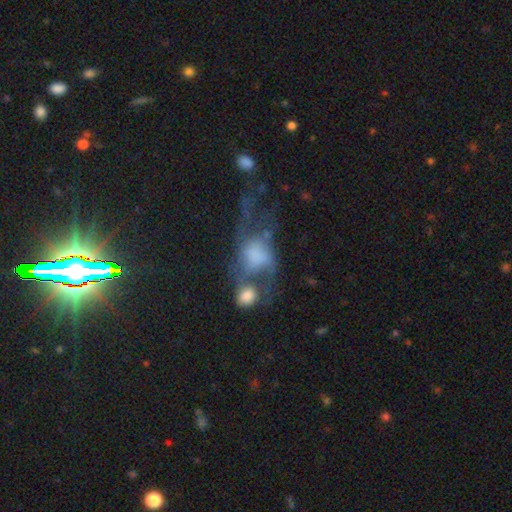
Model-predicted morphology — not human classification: smooth-or-featured: featured or disk: 45% | smooth: 42% | star or artifact: 13%
  merging: merger: 39% | major disturbance: 33% | none: 15% | minor disturbance: 12%